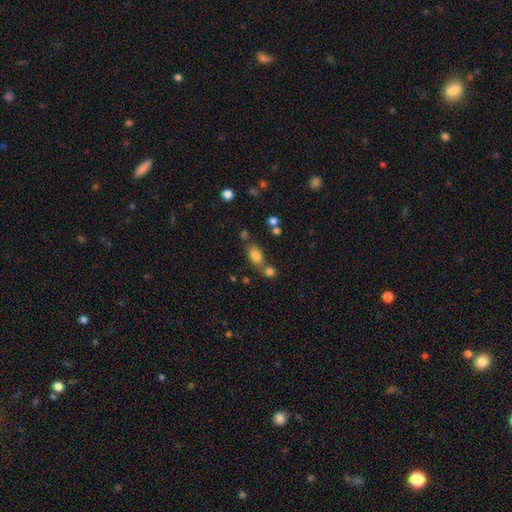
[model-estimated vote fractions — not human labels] Morphology: type=smooth (80%); roundness=in between (84%); merging=none (55%).